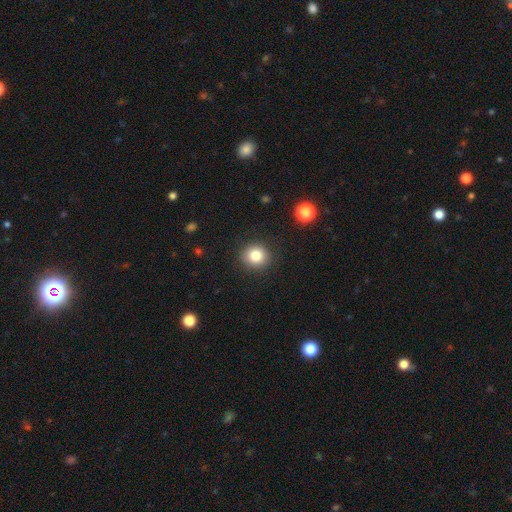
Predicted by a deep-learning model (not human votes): Smooth or featured: smooth — 82% (star or artifact — 11%)
How rounded: round — 87% (in between — 13%)
Merging: none — 90% (minor disturbance — 7%)